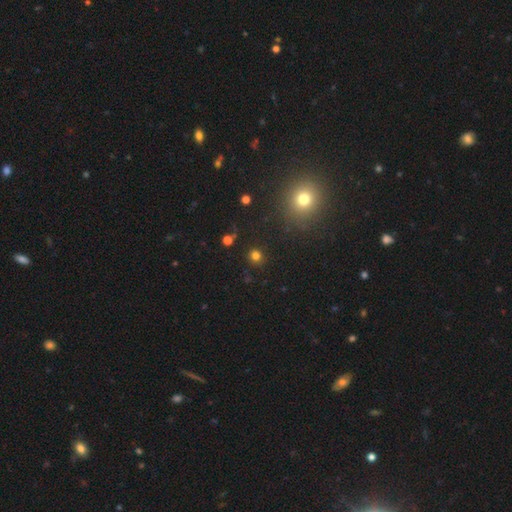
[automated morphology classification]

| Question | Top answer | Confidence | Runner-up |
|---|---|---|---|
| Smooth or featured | smooth | 76% | star or artifact (19%) |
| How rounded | round | 92% | in between (8%) |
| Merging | none | 89% | minor disturbance (6%) |